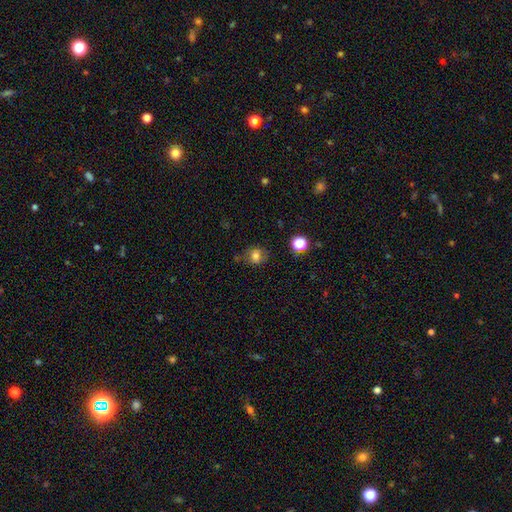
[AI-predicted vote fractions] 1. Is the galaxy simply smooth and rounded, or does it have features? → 76% smooth, 13% star or artifact, 11% featured or disk.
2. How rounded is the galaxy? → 73% round, 26% in between, 1% cigar-shaped.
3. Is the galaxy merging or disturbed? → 73% none, 18% minor disturbance, 6% major disturbance, 4% merger.